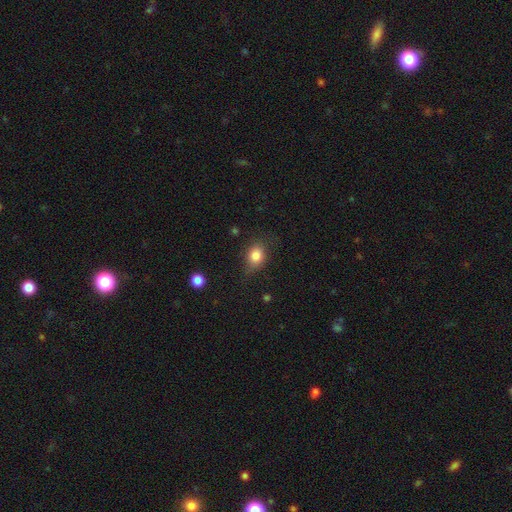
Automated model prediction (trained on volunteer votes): Smooth or featured? Predicted: smooth (p=0.81). How rounded? Predicted: round (p=0.53). Merging? Predicted: none (p=0.68).